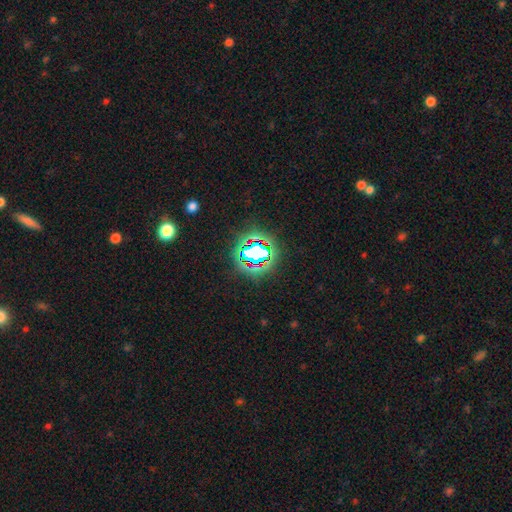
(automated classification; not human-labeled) The model was most divided on "smooth or featured": star or artifact: 64%, smooth: 22%, featured or disk: 13%.